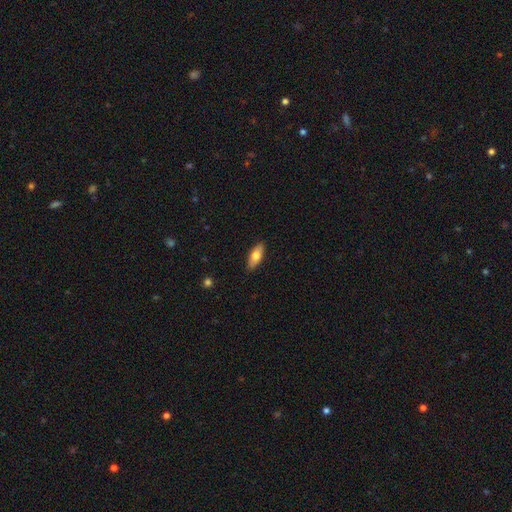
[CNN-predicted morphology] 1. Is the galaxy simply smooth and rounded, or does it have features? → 71% smooth, 23% featured or disk, 6% star or artifact.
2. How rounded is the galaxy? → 74% in between, 23% cigar-shaped, 3% round.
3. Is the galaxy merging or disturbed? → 89% none, 9% minor disturbance, 2% major disturbance, 1% merger.